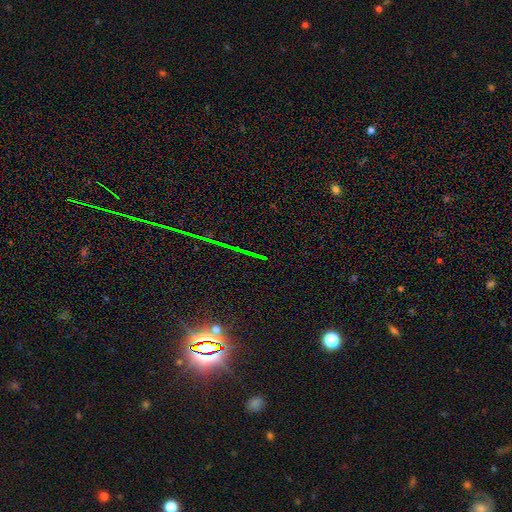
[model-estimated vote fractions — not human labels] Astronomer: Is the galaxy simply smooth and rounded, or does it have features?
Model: star or artifact — 83%.